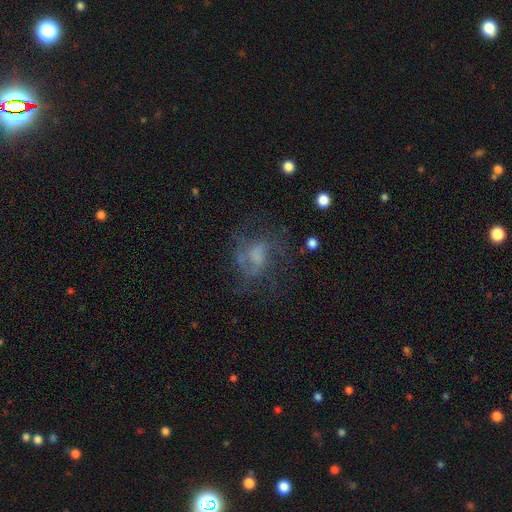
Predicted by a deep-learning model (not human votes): smooth_or_featured: featured or disk (p=0.55) [alt: smooth p=0.30]
disk_edge_on: no (p=0.97) [alt: yes p=0.03]
bar: no (p=0.65) [alt: weak p=0.29]
has_spiral_arms: yes (p=0.65) [alt: no p=0.35]
bulge_size: none (p=0.43) [alt: moderate p=0.24]
merging: none (p=0.50) [alt: major disturbance p=0.28]